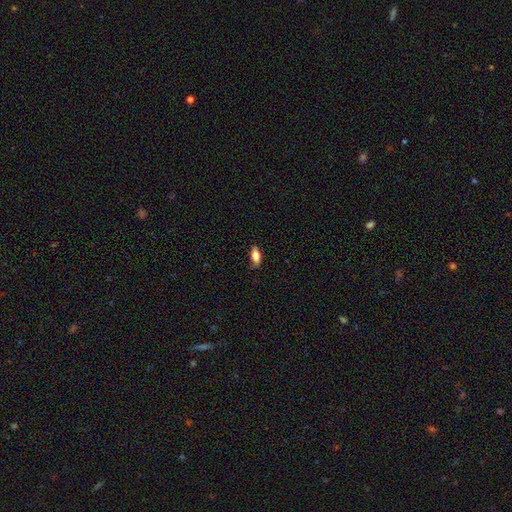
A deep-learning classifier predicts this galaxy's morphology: type=smooth (73%); roundness=in between (80%); merging=none (80%).